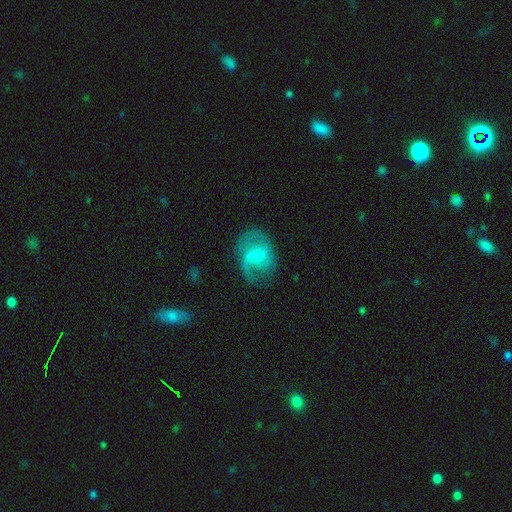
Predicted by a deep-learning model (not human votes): smooth-or-featured: featured or disk: 74% | smooth: 19% | star or artifact: 7%
  disk-edge-on: no: 97% | yes: 3%
    bar: weak: 58% | no: 23% | strong: 19%
    has-spiral-arms: yes: 92% | no: 8%
      spiral-winding: medium: 46% | loose: 43% | tight: 11%
      spiral-arm-count: 2: 79% | 1: 8% | can't tell: 7% | 3: 3% | 4: 1% | more than 4: 1%
    bulge-size: small: 42% | moderate: 35% | none: 17% | large: 5% | dominant: 1%
  merging: none: 65% | minor disturbance: 19% | major disturbance: 14% | merger: 2%